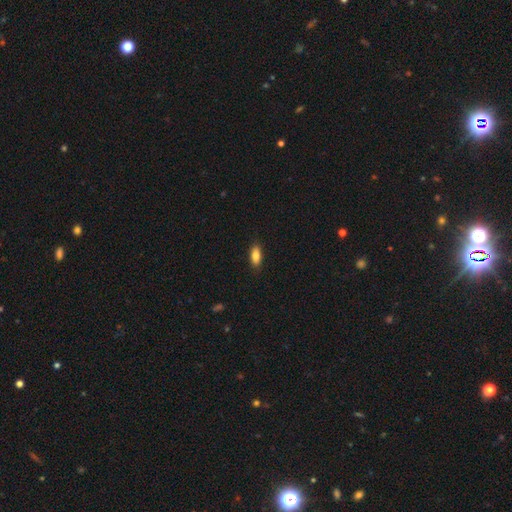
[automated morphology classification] smooth_or_featured: smooth (p=0.86) [alt: featured or disk p=0.07]
how_rounded: in between (p=0.84) [alt: cigar-shaped p=0.13]
merging: none (p=0.87) [alt: minor disturbance p=0.10]